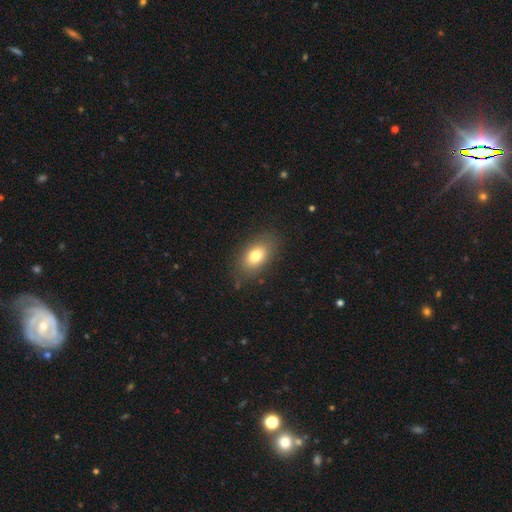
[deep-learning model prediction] Smooth or featured: smooth — 77% (featured or disk — 14%)
How rounded: in between — 88% (round — 10%)
Merging: none — 82% (minor disturbance — 13%)